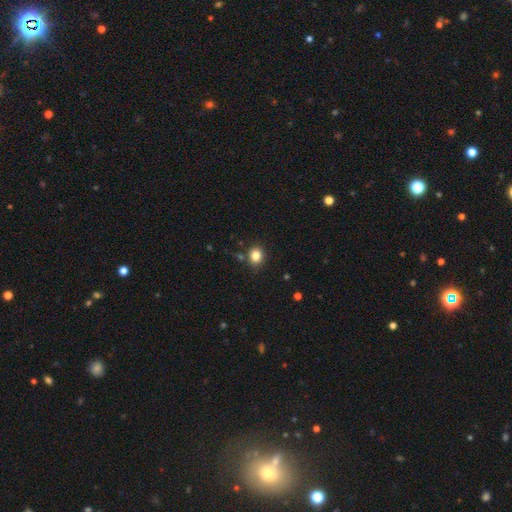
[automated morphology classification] Smooth or featured: smooth — 83% (star or artifact — 11%)
How rounded: round — 65% (in between — 35%)
Merging: none — 85% (minor disturbance — 9%)